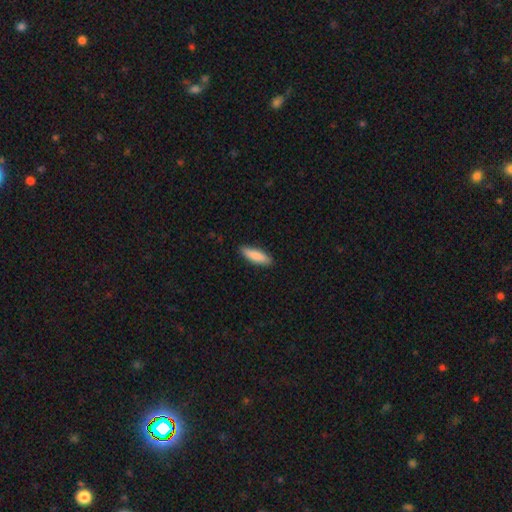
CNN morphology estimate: smooth_or_featured: smooth (p=0.85) [alt: featured or disk p=0.09]
how_rounded: cigar-shaped (p=0.54) [alt: in between p=0.44]
merging: none (p=0.88) [alt: minor disturbance p=0.09]